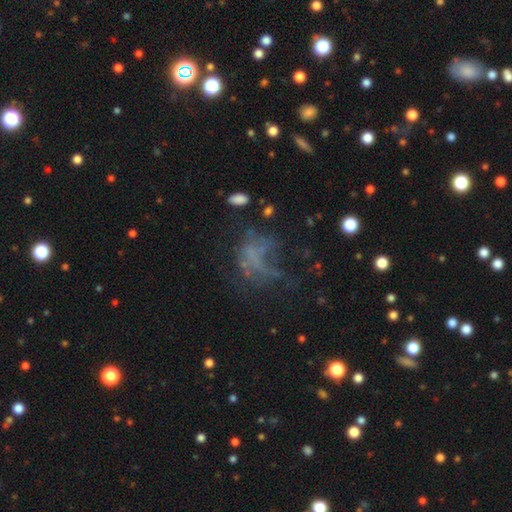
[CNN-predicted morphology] smooth_or_featured: featured or disk (p=0.41) [alt: smooth p=0.32]
merging: major disturbance (p=0.43) [alt: none p=0.34]